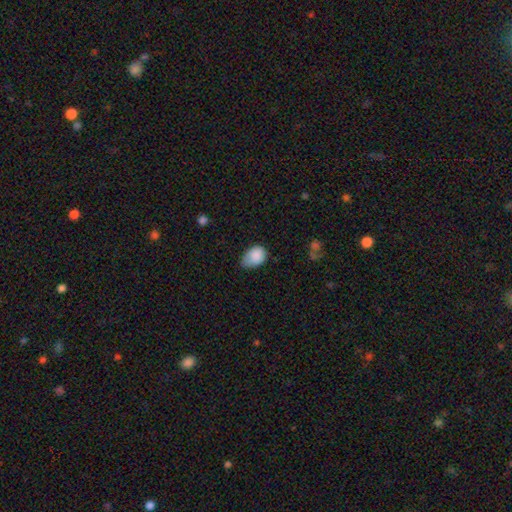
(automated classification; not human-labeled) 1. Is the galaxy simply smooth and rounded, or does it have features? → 87% smooth, 8% star or artifact, 6% featured or disk.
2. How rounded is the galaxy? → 77% in between, 22% round, 1% cigar-shaped.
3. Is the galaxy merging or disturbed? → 46% minor disturbance, 41% none, 11% major disturbance, 2% merger.